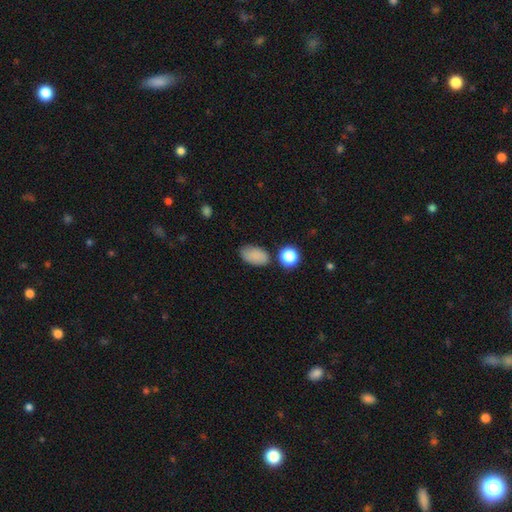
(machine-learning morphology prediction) This is clearly a smooth galaxy (85%). How rounded: clearly in between (91%). Merging: likely none (75%).